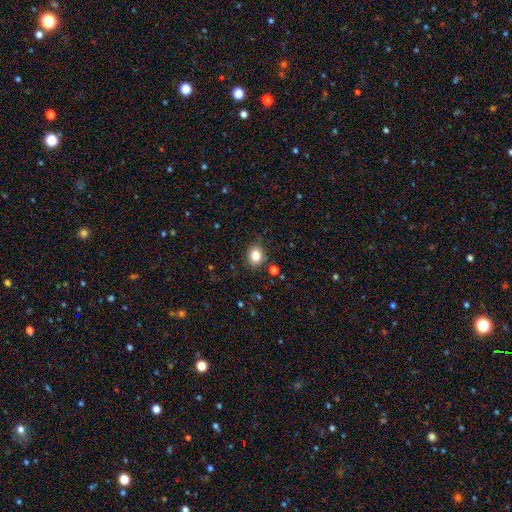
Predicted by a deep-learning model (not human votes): The model was most divided on "how rounded": round: 61%, in between: 38%, cigar-shaped: 1%. More confident: merging — none (85%); smooth or featured — smooth (83%).